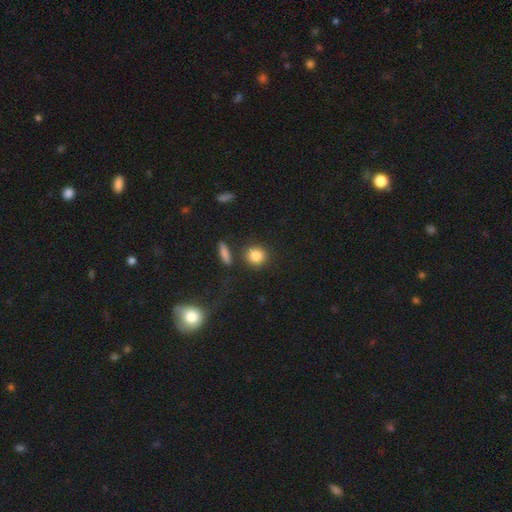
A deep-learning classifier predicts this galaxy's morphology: A smooth galaxy with no disk features (85%) that is round (83%). Merging: none (81%).